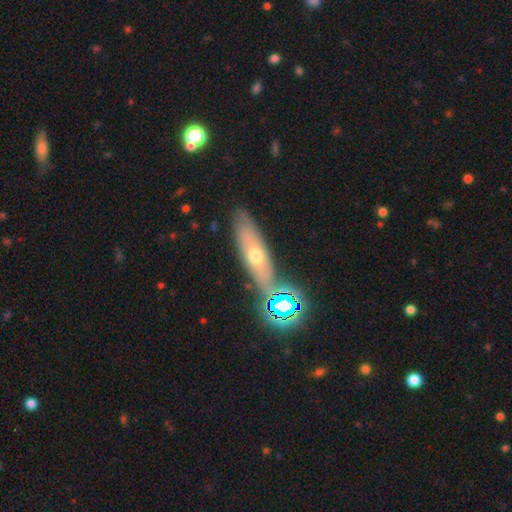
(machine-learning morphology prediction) A featured or disk galaxy (44%).

Vote fractions:
- Smooth or featured? featured or disk: 44% / smooth: 35% / star or artifact: 21%
- Merging? none: 77% / minor disturbance: 13% / merger: 6% / major disturbance: 4%